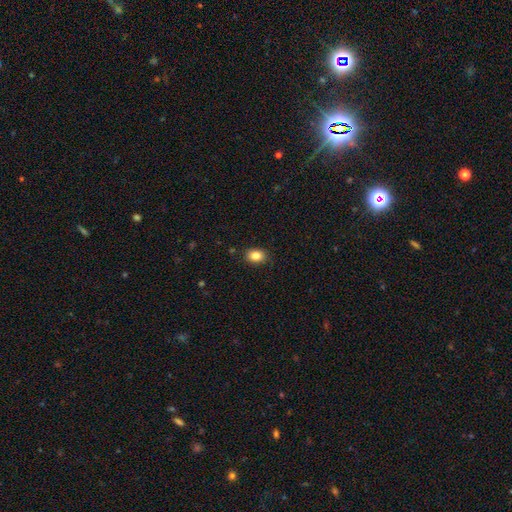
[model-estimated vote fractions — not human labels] smooth_or_featured: smooth (p=0.84) [alt: star or artifact p=0.10]
how_rounded: in between (p=0.63) [alt: round p=0.36]
merging: none (p=0.87) [alt: minor disturbance p=0.10]